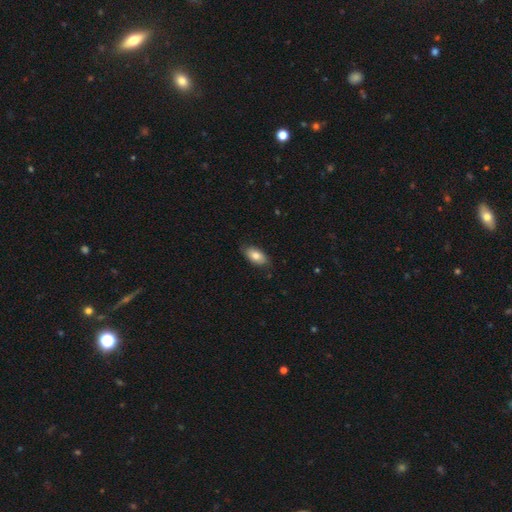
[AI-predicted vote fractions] This is likely a smooth galaxy (77%). How rounded: clearly in between (93%). Merging: clearly none (81%).